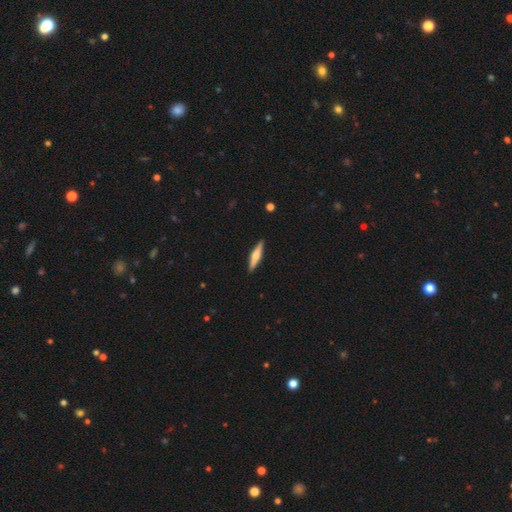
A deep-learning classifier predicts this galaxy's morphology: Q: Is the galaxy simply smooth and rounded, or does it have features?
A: featured or disk — 53%.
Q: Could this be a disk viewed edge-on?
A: yes — 96%.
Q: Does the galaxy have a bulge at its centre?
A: rounded — 84%.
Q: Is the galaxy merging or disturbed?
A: none — 91%.